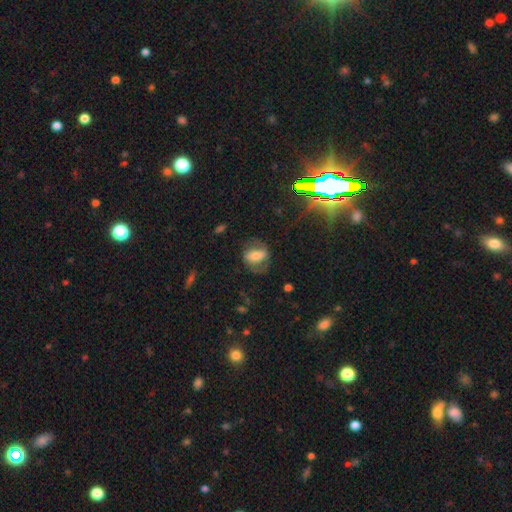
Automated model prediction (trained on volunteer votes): Smooth or featured?
  - featured or disk: 52% *
  - smooth: 38%
  - star or artifact: 10%
Edge-on disk?
  - no: 93% *
  - yes: 7%
Merging?
  - none: 65% *
  - minor disturbance: 19%
  - major disturbance: 15%
  - merger: 2%